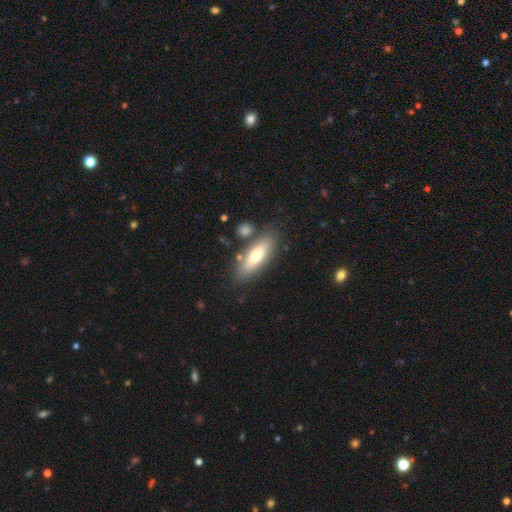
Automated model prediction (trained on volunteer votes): A smooth galaxy with no disk features (67%) that is in between round and cigar-shaped (59%). Merging: none (77%).